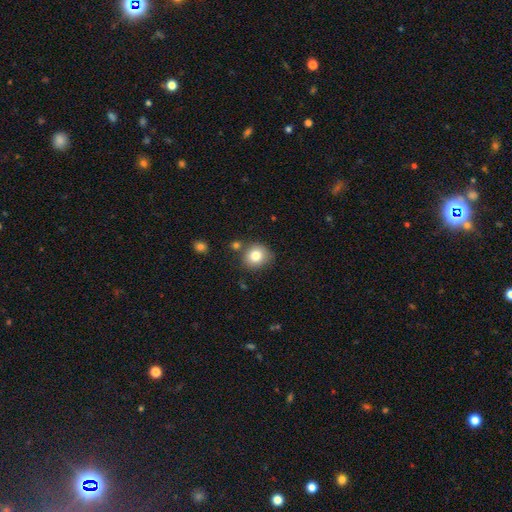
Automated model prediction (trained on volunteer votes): This is clearly a smooth galaxy (80%). How rounded: likely round (76%). Merging: likely none (74%).